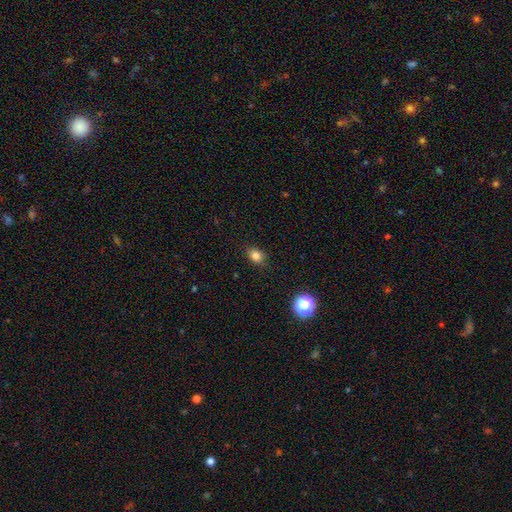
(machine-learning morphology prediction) This appears to be a smooth galaxy with no disk features (82%) that is in between round and cigar-shaped (60%). Merging: none (86%).